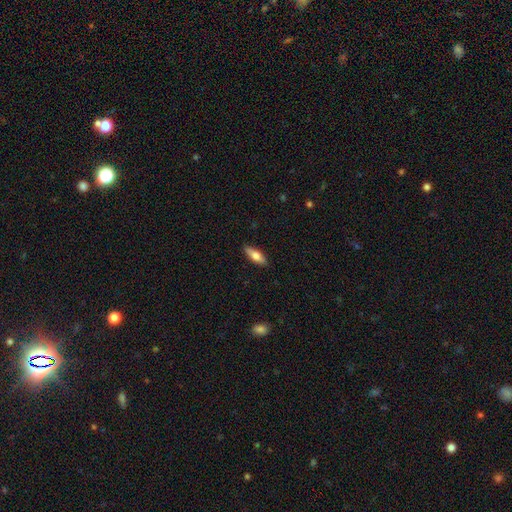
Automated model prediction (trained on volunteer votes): This appears to be a smooth galaxy with no disk features (65%) that is in between round and cigar-shaped (57%). Merging: none (88%).